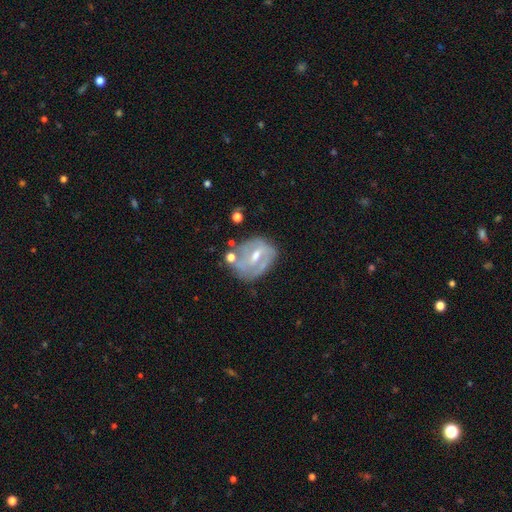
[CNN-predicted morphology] Smooth or featured?
  - featured or disk: 72% *
  - smooth: 19%
  - star or artifact: 8%
Edge-on disk?
  - no: 96% *
  - yes: 4%
Bar?
  - weak: 49% *
  - strong: 31%
  - no: 20%
Spiral arms?
  - yes: 74% *
  - no: 26%
Spiral winding?
  - tight: 43% *
  - medium: 37%
  - loose: 19%
Spiral arm count?
  - 2: 50% *
  - can't tell: 30%
  - 3: 9%
  - 1: 8%
  - 4: 2%
  - more than 4: 2%
Bulge size?
  - moderate: 56% *
  - small: 37%
  - none: 4%
  - large: 3%
  - dominant: 1%
Merging?
  - none: 58% *
  - minor disturbance: 22%
  - major disturbance: 10%
  - merger: 10%